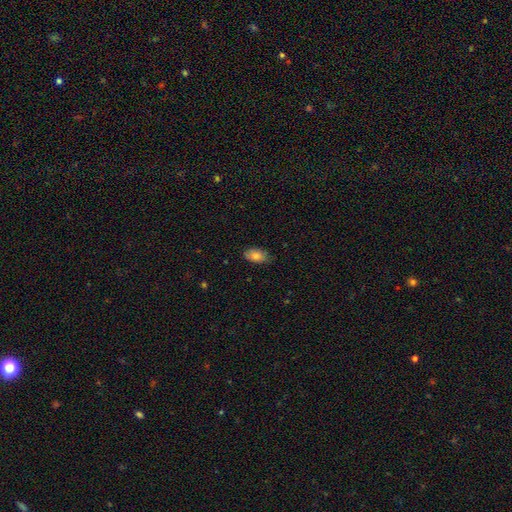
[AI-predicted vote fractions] Smooth or featured? smooth (82%)
How rounded? in between (92%)
Merging? none (79%)